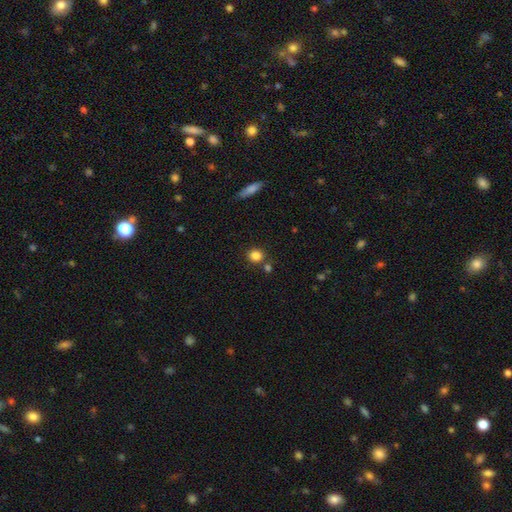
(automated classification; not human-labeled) smooth 84%, star or artifact 11%, featured or disk 5%. Down the decision tree: how rounded — round (79%); merging — none (75%).